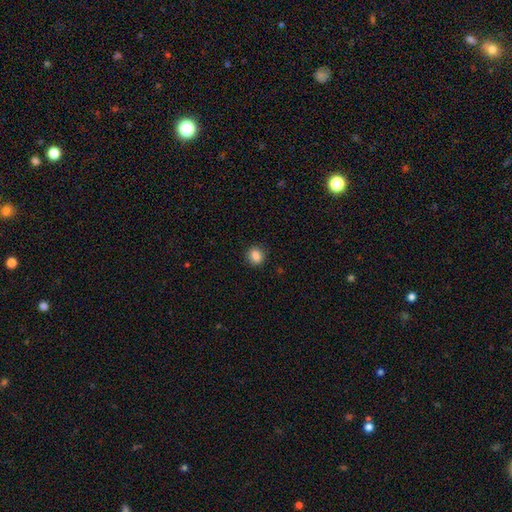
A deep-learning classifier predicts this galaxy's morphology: smooth_or_featured: smooth (p=0.86) [alt: star or artifact p=0.10]
how_rounded: round (p=0.70) [alt: in between p=0.29]
merging: none (p=0.88) [alt: minor disturbance p=0.09]